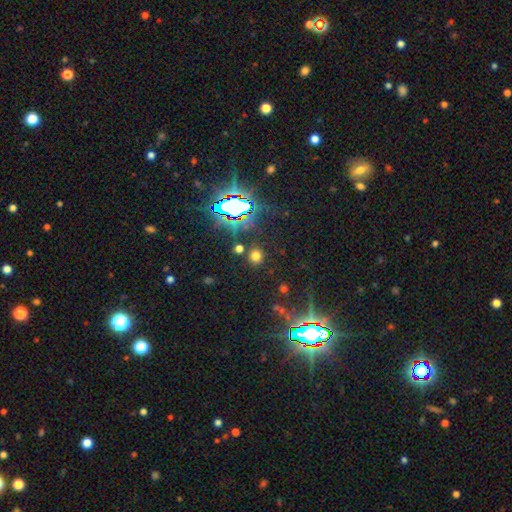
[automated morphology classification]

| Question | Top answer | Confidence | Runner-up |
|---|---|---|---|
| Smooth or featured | smooth | 65% | star or artifact (29%) |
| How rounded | round | 90% | in between (9%) |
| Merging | none | 86% | minor disturbance (6%) |